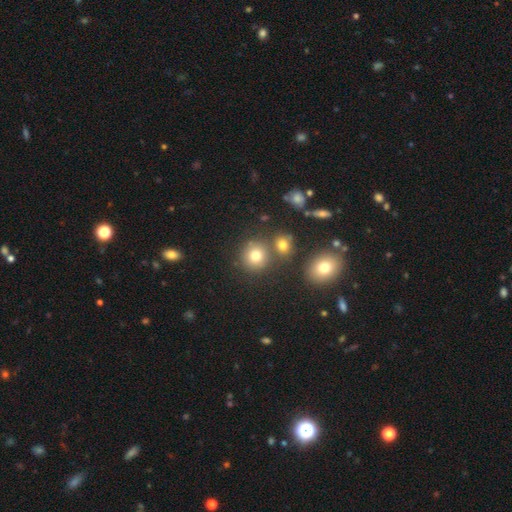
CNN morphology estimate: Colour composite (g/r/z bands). It shows a smooth galaxy with no disk features (76%) that is round (88%). Merging: none (73%).